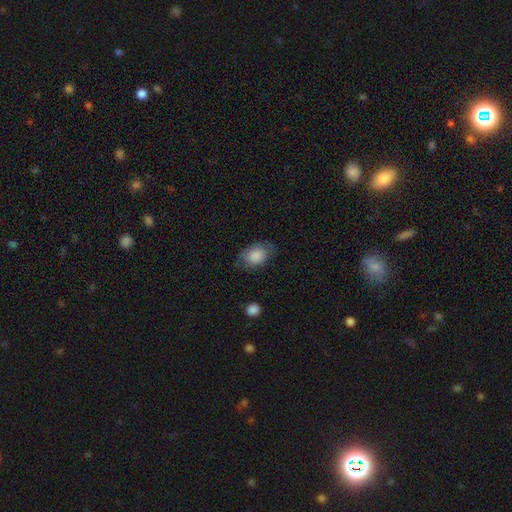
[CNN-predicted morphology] The model was most divided on "merging": none: 68%, minor disturbance: 23%, major disturbance: 8%, merger: 1%. More confident: smooth or featured — smooth (83%); how rounded — in between (77%).